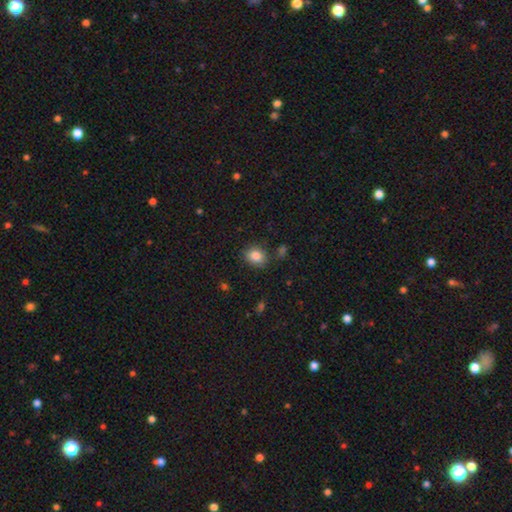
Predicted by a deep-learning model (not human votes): Overall: smooth (85%). How rounded: in between (54%; round 45%). Merging: none (80%).